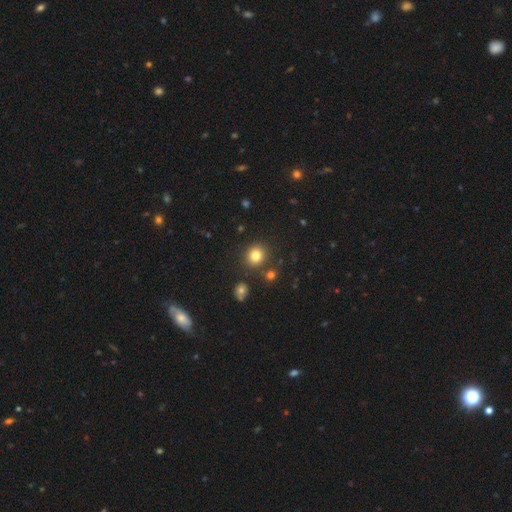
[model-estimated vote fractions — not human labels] Morphology: type=smooth (81%); roundness=round (78%); merging=none (83%).